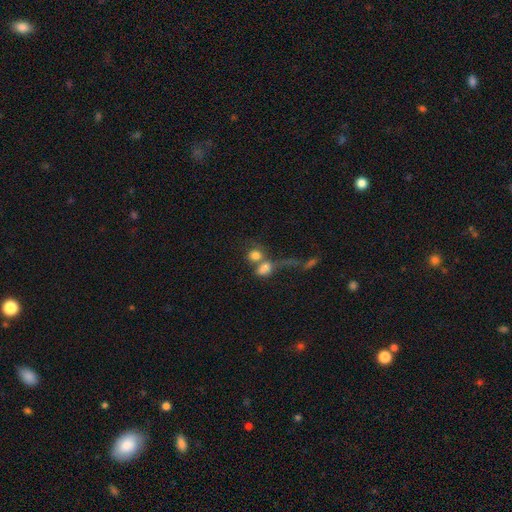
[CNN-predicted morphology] A smooth galaxy with no disk features (74%) that is round (50%). Merging: merger (59%).